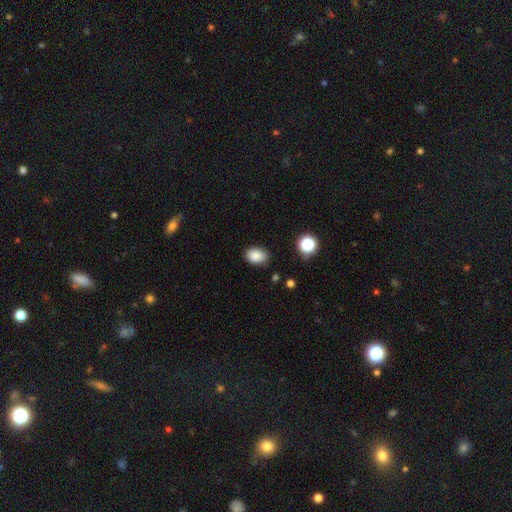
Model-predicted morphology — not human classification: A smooth galaxy with no disk features (86%) that is in between round and cigar-shaped (79%). Merging: none (83%).